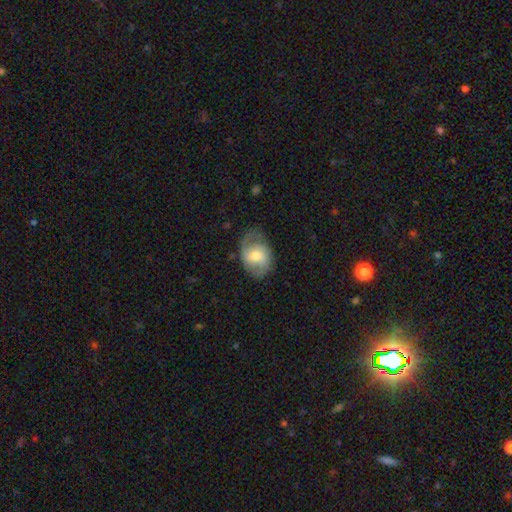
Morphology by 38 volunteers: Volunteers were most divided on "bulge size": moderate: 55%, small: 38%, large: 3%, none: 3%, dominant: 0%. More confident: edge-on disk — no (97%); spiral arms — yes (86%); spiral arm count — 2 (80%); smooth or featured — featured or disk (79%); merging — none (71%); bar — no (66%); spiral winding — medium (60%).